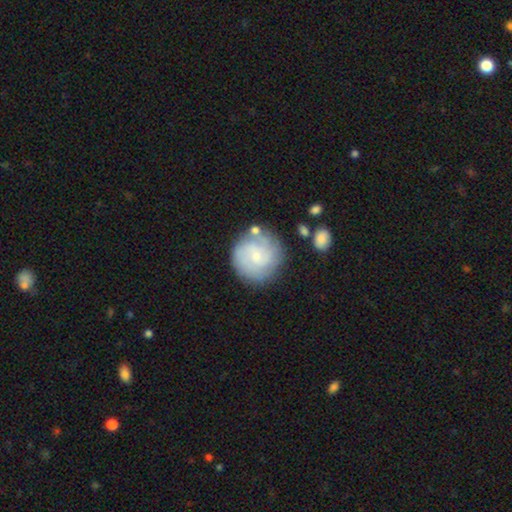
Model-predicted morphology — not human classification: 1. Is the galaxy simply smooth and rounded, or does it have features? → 54% featured or disk, 38% smooth, 7% star or artifact.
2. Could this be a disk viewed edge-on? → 98% no, 2% yes.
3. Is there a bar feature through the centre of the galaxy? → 68% no, 28% weak, 4% strong.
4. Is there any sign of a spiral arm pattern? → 82% yes, 18% no.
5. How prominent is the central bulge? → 76% small, 19% moderate, 3% none, 1% large, 1% dominant.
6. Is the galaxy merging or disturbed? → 72% none, 16% minor disturbance, 6% merger, 6% major disturbance.